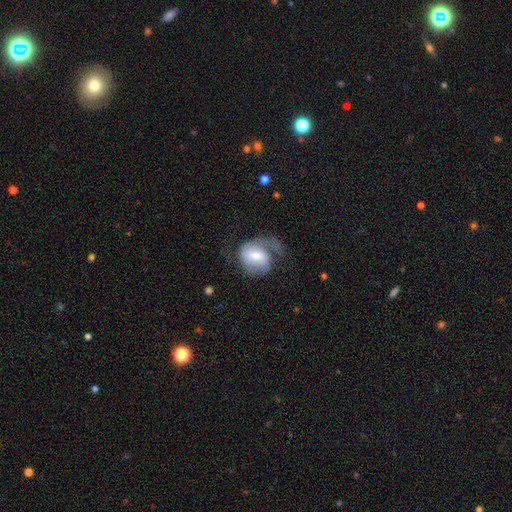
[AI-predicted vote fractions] The model was most divided on "spiral winding": medium: 43%, loose: 34%, tight: 24%. Remaining: edge-on disk — no (97%); spiral arms — yes (91%); smooth or featured — featured or disk (71%); bulge size — moderate (53%); spiral arm count — 2 (50%); bar — weak (49%); merging — none (45%).